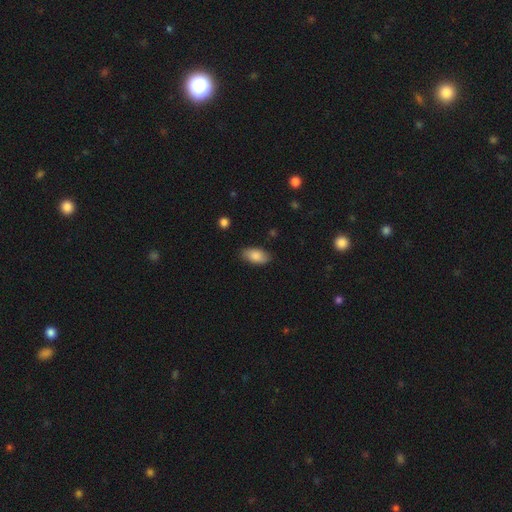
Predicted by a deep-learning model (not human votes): Smooth or featured? Predicted: smooth (p=0.86). How rounded? Predicted: in between (p=0.93). Merging? Predicted: none (p=0.85).